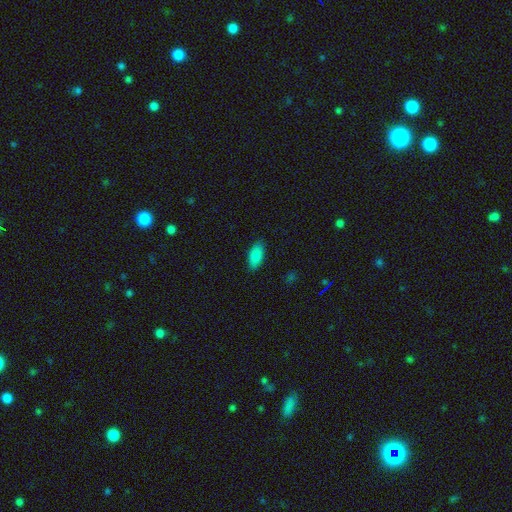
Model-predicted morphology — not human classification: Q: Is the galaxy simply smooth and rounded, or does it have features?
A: smooth — 88%.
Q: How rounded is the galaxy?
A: in between — 88%.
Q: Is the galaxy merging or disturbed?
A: none — 86%.